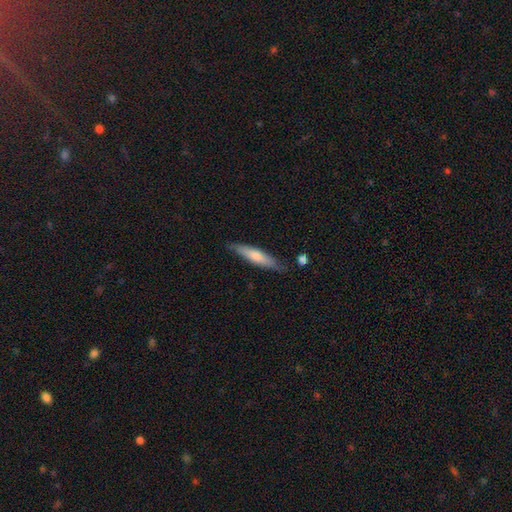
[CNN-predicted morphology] Smooth or featured?
  - smooth: 51% *
  - featured or disk: 42%
  - star or artifact: 7%
How rounded?
  - cigar-shaped: 87% *
  - in between: 11%
  - round: 1%
Merging?
  - none: 83% *
  - minor disturbance: 12%
  - merger: 2%
  - major disturbance: 2%